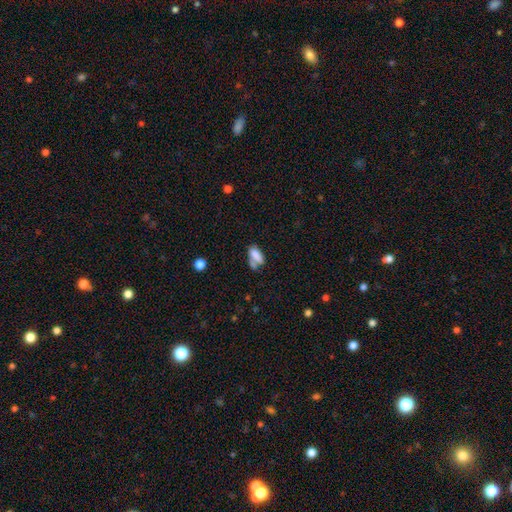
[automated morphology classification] smooth-or-featured: smooth: 75% | featured or disk: 14% | star or artifact: 10%
  how-rounded: in between: 83% | cigar-shaped: 13% | round: 4%
  merging: merger: 35% | none: 34% | minor disturbance: 18% | major disturbance: 12%